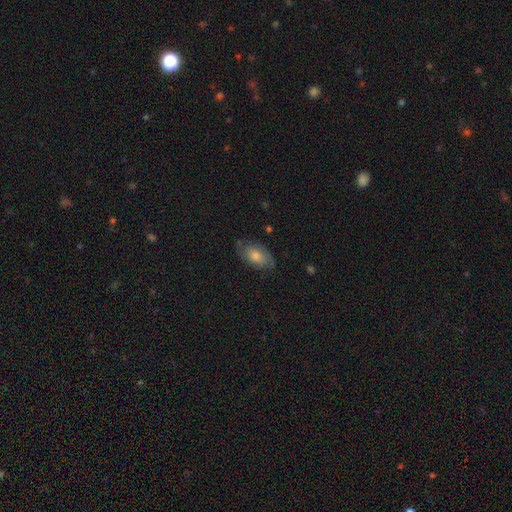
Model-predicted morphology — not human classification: smooth_or_featured: smooth (p=0.48) [alt: featured or disk p=0.42]
merging: none (p=0.74) [alt: minor disturbance p=0.19]